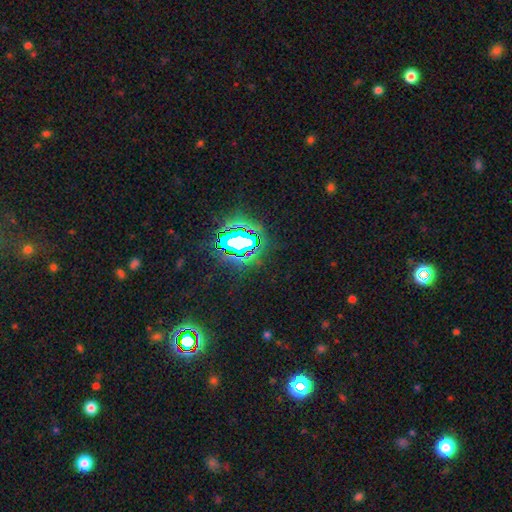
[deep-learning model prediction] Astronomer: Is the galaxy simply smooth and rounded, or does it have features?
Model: star or artifact — 82%.